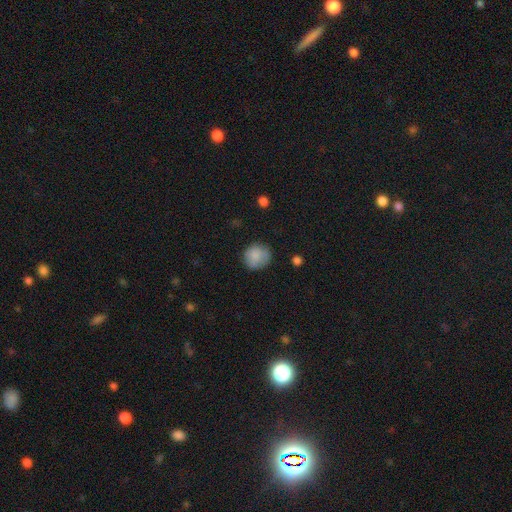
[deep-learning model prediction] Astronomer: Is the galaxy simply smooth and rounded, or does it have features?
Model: smooth — 82%.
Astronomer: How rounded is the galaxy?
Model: round — 86%.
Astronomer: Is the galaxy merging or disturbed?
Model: none — 75%.